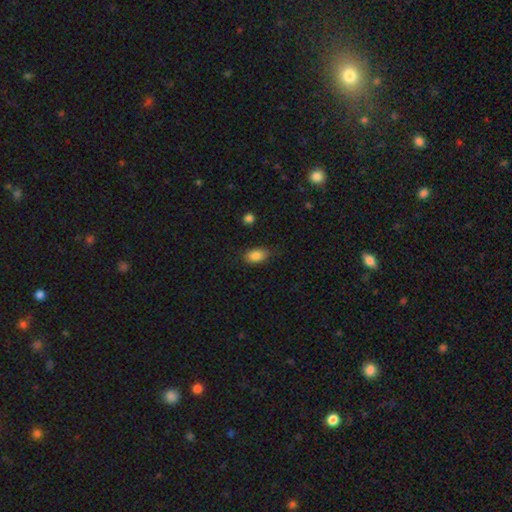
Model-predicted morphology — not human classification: smooth-or-featured: smooth: 86% | star or artifact: 8% | featured or disk: 5%
  how-rounded: in between: 86% | round: 12% | cigar-shaped: 2%
  merging: none: 77% | minor disturbance: 17% | major disturbance: 4% | merger: 2%